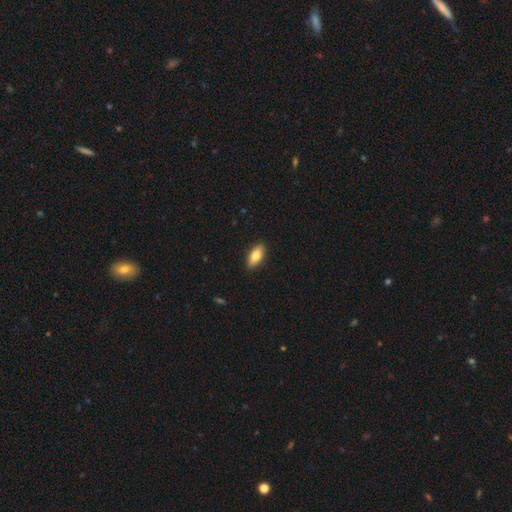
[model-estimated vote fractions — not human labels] Morphology: type=smooth (77%); roundness=in between (84%); merging=none (90%).